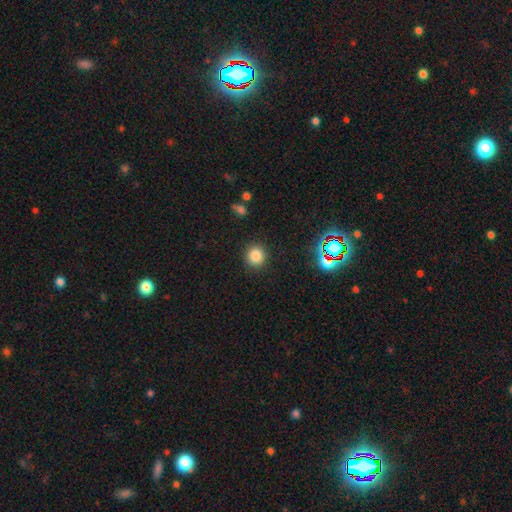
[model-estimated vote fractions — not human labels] Smooth or featured?
  - smooth: 82% *
  - star or artifact: 13%
  - featured or disk: 5%
How rounded?
  - round: 90% *
  - in between: 9%
  - cigar-shaped: 1%
Merging?
  - none: 90% *
  - minor disturbance: 6%
  - major disturbance: 2%
  - merger: 1%